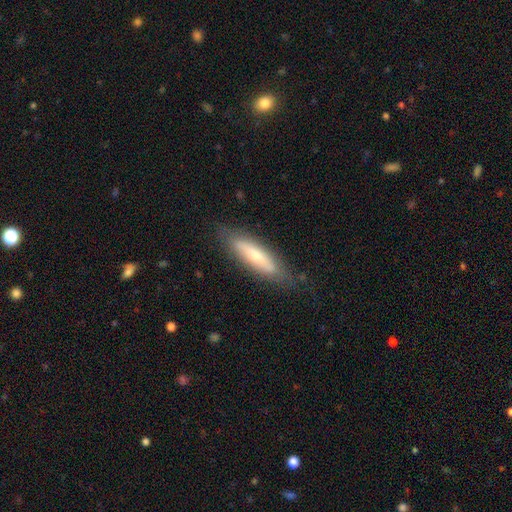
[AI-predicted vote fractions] Smooth or featured: smooth — 59% (featured or disk — 34%)
How rounded: cigar-shaped — 65% (in between — 33%)
Merging: none — 79% (minor disturbance — 16%)